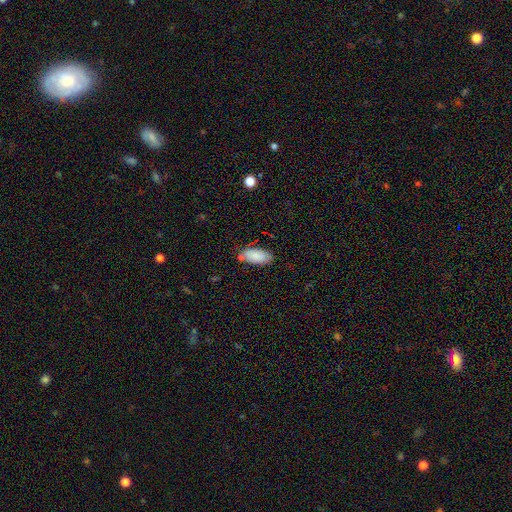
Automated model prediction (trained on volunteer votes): smooth_or_featured: smooth (p=0.85) [alt: featured or disk p=0.09]
how_rounded: in between (p=0.91) [alt: cigar-shaped p=0.07]
merging: none (p=0.70) [alt: minor disturbance p=0.20]